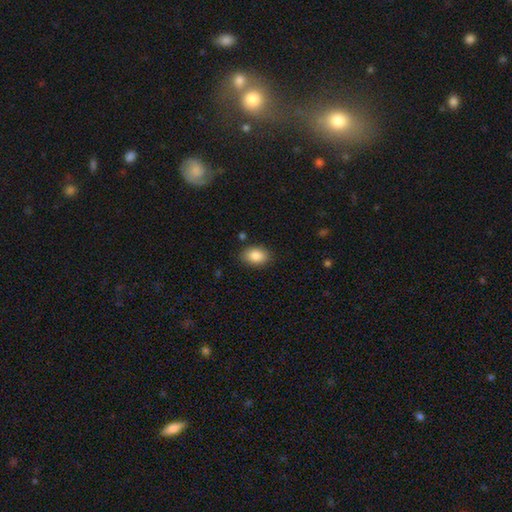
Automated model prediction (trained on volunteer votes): Smooth or featured: smooth — 88% (star or artifact — 7%)
How rounded: in between — 82% (round — 16%)
Merging: none — 85% (minor disturbance — 11%)